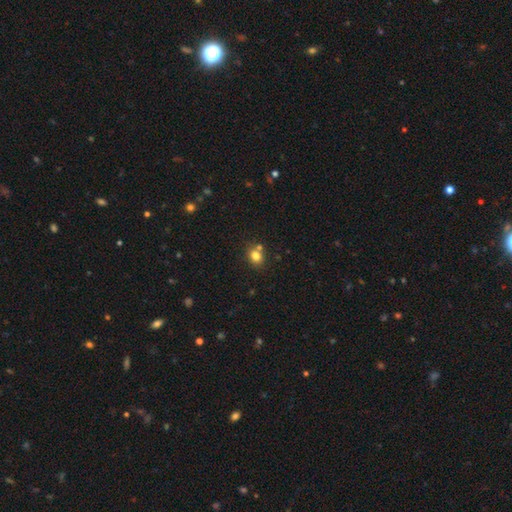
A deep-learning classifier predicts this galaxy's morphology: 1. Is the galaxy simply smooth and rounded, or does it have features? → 79% smooth, 13% star or artifact, 8% featured or disk.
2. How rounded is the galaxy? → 63% round, 36% in between, 1% cigar-shaped.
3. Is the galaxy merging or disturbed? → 66% none, 20% merger, 11% minor disturbance, 3% major disturbance.